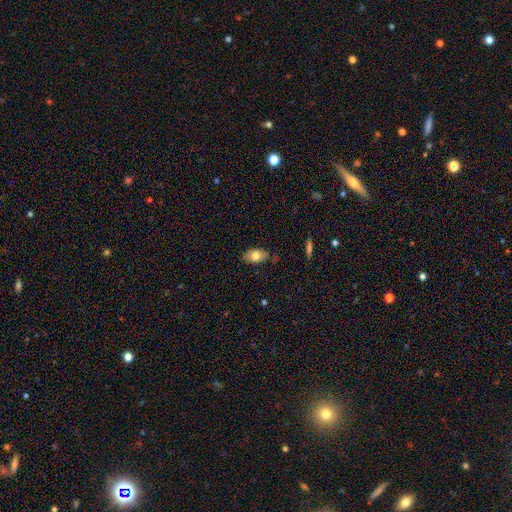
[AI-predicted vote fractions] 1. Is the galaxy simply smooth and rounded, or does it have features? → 76% smooth, 17% featured or disk, 8% star or artifact.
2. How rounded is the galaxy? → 90% in between, 8% round, 2% cigar-shaped.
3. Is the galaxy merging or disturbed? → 77% none, 18% minor disturbance, 3% major disturbance, 2% merger.